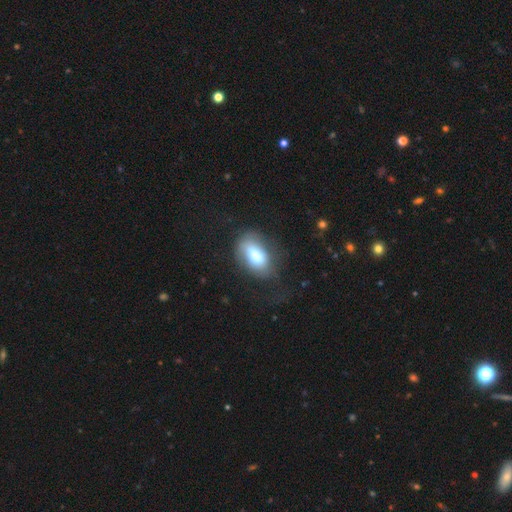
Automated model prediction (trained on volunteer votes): A smooth galaxy with no disk features (66%) that is in between round and cigar-shaped (89%).

Vote fractions:
- Smooth or featured? smooth: 66% / featured or disk: 25% / star or artifact: 9%
- How rounded? in between: 89% / round: 8% / cigar-shaped: 3%
- Merging? none: 46% / minor disturbance: 26% / major disturbance: 22% / merger: 6%